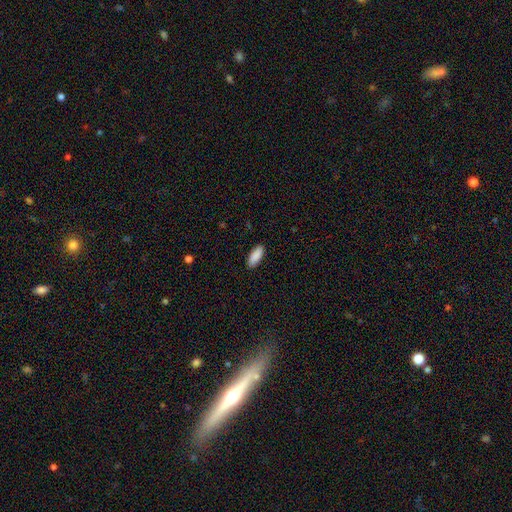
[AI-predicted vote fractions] Smooth or featured? smooth (90%)
How rounded? in between (78%)
Merging? none (90%)